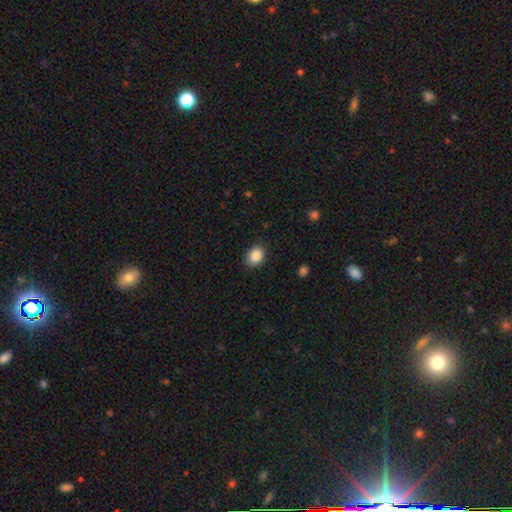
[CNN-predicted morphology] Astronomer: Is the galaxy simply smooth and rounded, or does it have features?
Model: smooth — 88%.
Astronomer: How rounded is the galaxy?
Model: in between — 58% (runner-up: round, 41%).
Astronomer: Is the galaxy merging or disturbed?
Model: none — 86%.